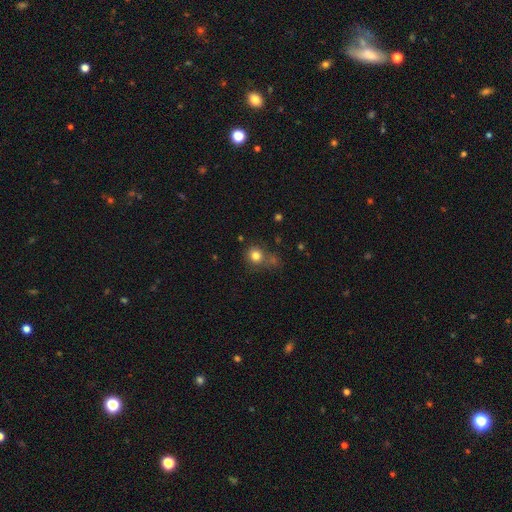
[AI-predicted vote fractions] Morphology: type=smooth (80%); roundness=round (86%); merging=none (60%).